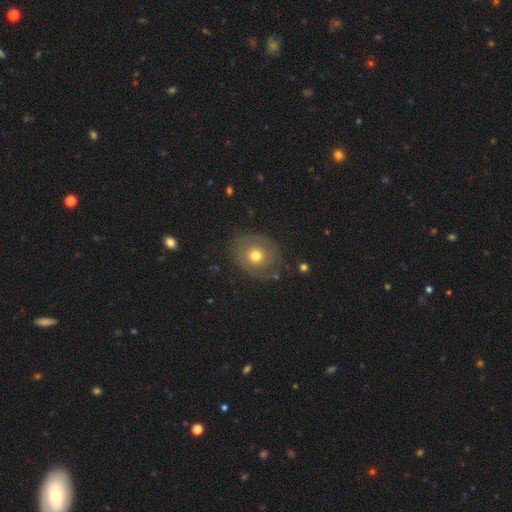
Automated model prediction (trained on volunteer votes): Overall: smooth (51%; featured or disk 38%). How rounded: round (70%). Merging: none (76%).